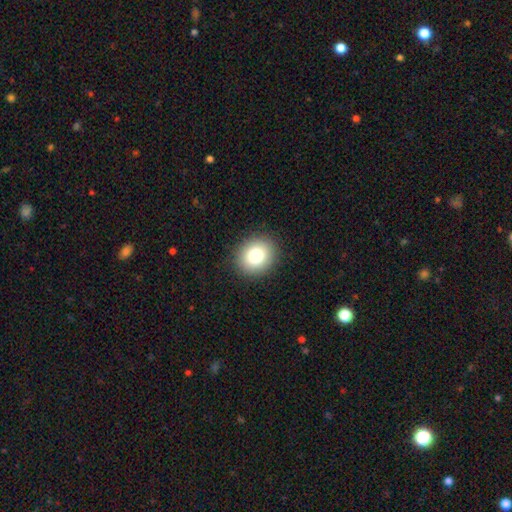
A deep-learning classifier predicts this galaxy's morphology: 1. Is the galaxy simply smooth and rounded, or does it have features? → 81% smooth, 11% star or artifact, 9% featured or disk.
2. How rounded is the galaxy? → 69% round, 30% in between, 1% cigar-shaped.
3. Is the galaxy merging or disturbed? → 90% none, 7% minor disturbance, 2% major disturbance, 1% merger.